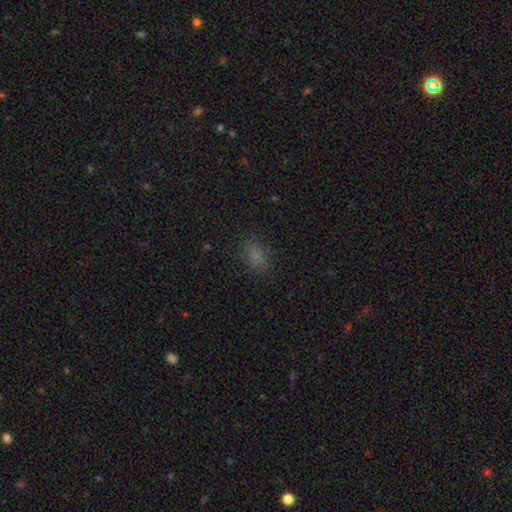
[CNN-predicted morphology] This appears to be a smooth galaxy with no disk features (79%) that is in between round and cigar-shaped (77%). Merging: none (82%).